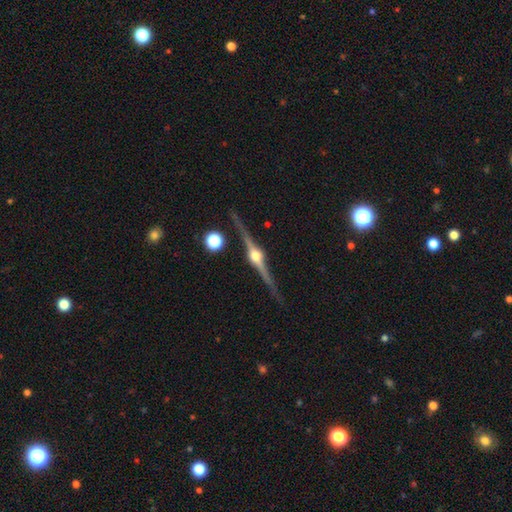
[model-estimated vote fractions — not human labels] Overall: featured or disk (90%). Edge-on disk: yes (98%). Edge-on bulge: rounded (96%). Merging: none (89%).